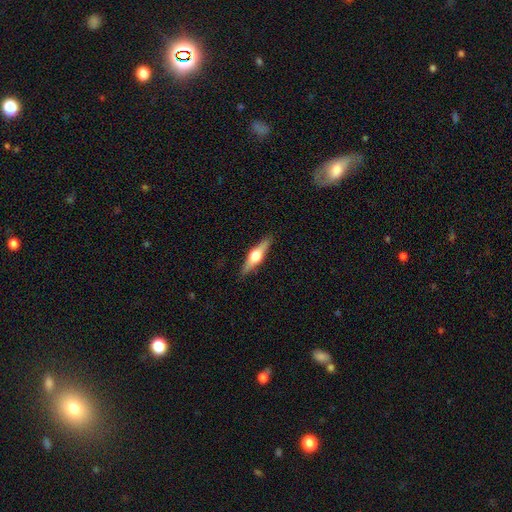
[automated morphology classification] Smooth or featured? Predicted: featured or disk (p=0.68). Edge-on disk? Predicted: yes (p=0.97). Edge-on bulge? Predicted: rounded (p=0.95). Merging? Predicted: none (p=0.90).